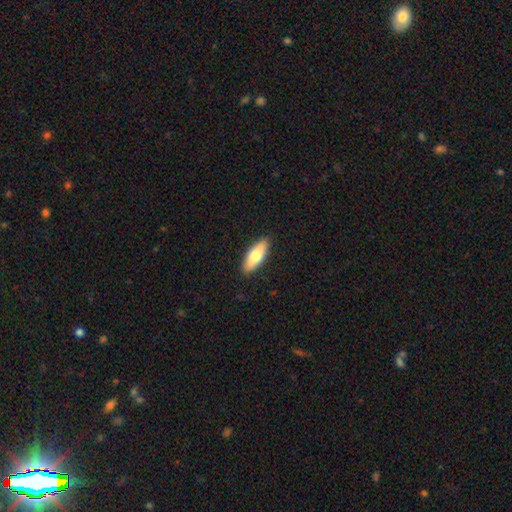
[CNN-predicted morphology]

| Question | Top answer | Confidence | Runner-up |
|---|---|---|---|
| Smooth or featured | smooth | 74% | featured or disk (21%) |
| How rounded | in between | 64% | cigar-shaped (33%) |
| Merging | none | 90% | minor disturbance (8%) |